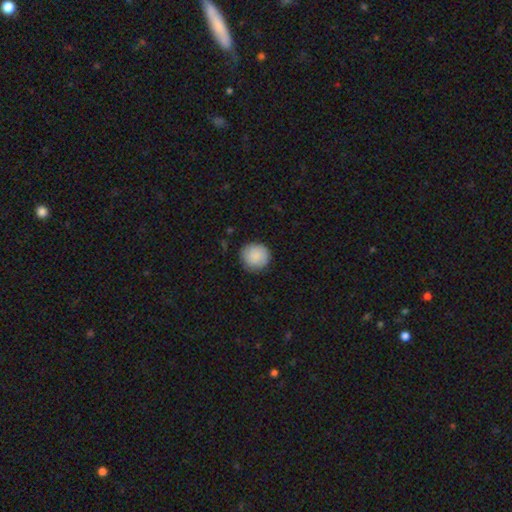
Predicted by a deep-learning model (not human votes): Overall: smooth (83%). How rounded: round (93%). Merging: none (87%).